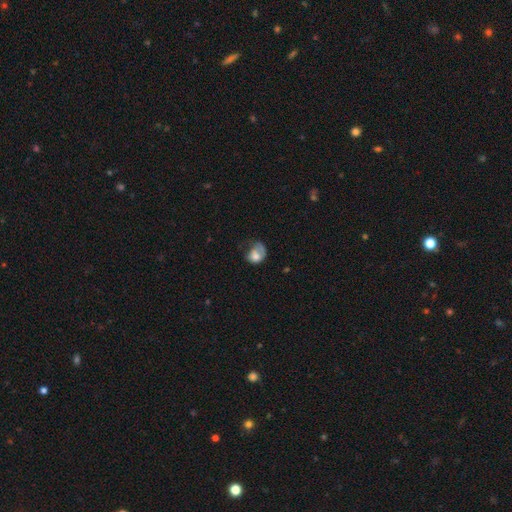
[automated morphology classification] This is likely a smooth galaxy (65%). How rounded: possibly in between (51%). Merging: marginally major disturbance (42%).